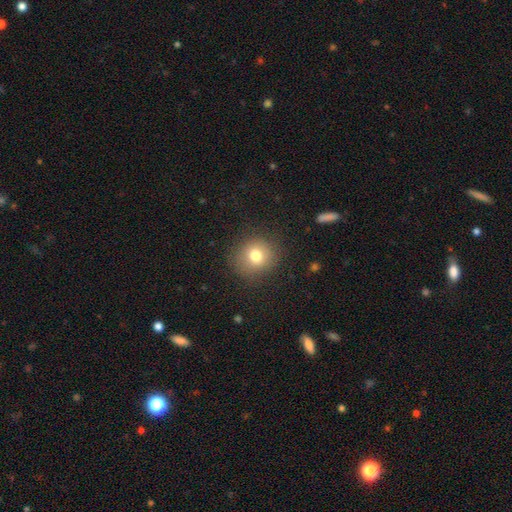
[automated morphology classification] The model was most divided on "smooth or featured": smooth: 77%, star or artifact: 12%, featured or disk: 11%. More confident: merging — none (86%); how rounded — round (85%).